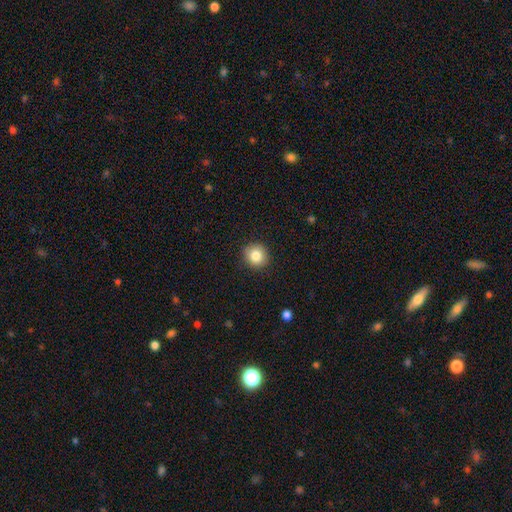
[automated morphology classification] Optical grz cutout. It shows a smooth galaxy with no disk features (83%) that is round (87%). Merging: none (90%).